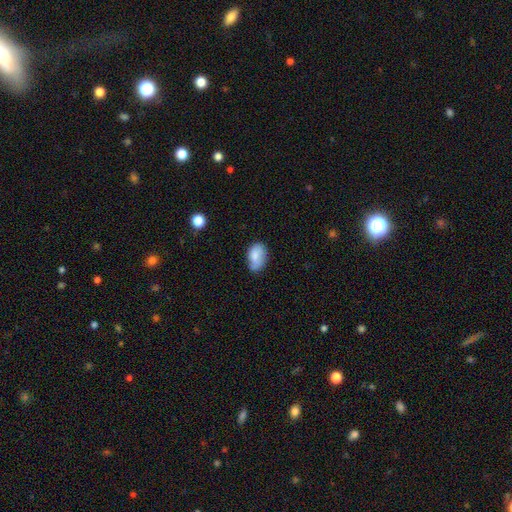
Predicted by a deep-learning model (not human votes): smooth 77%, featured or disk 15%, star or artifact 8%. Down the decision tree: how rounded — in between (88%); merging — none (58%).